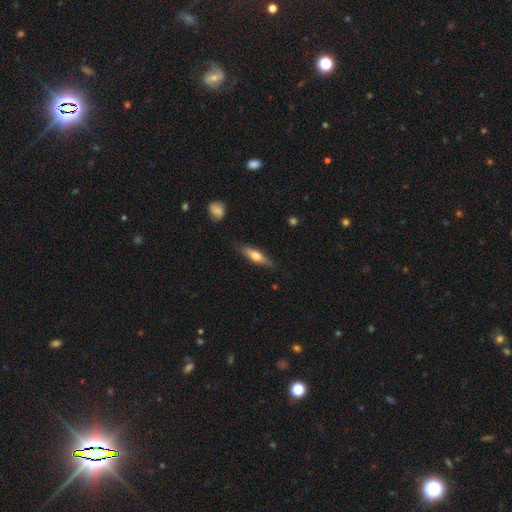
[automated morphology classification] The model was most divided on "smooth or featured": smooth: 51%, featured or disk: 43%, star or artifact: 6%. More confident: merging — none (83%); how rounded — cigar-shaped (67%).